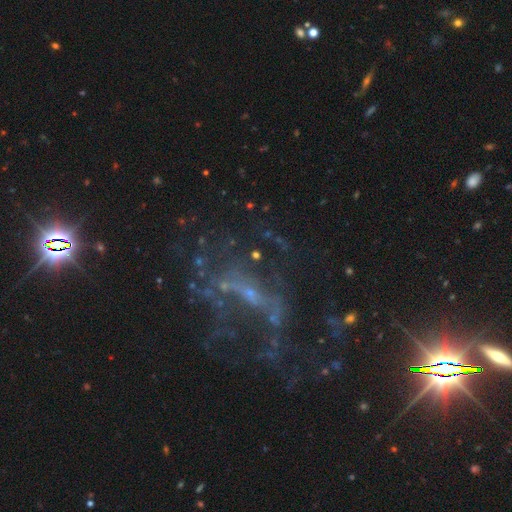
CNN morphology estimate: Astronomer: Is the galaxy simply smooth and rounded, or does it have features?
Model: featured or disk — 67%.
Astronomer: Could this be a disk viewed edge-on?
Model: no — 91%.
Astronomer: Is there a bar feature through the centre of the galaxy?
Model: no — 40% (runner-up: weak, 32%).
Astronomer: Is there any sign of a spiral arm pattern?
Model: yes — 55% (runner-up: no, 45%).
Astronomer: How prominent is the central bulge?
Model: small — 69%.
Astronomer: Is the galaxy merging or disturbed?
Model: none — 47% (runner-up: major disturbance, 29%).